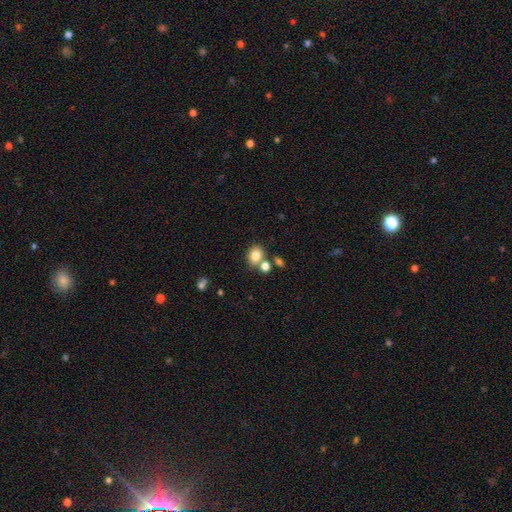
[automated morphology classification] Smooth or featured? smooth (80%)
How rounded? round (60%)
Merging? none (63%)